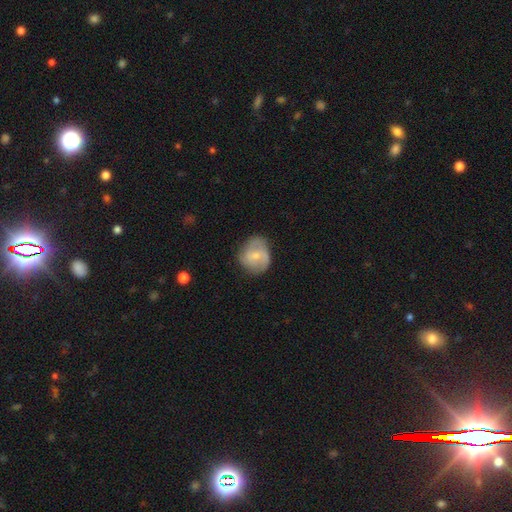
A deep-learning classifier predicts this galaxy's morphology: Q: Smooth or featured?
A: featured or disk (51%); runner-up: smooth (43%)
Q: Edge-on disk?
A: no (97%); runner-up: yes (3%)
Q: Merging?
A: none (67%); runner-up: minor disturbance (24%)